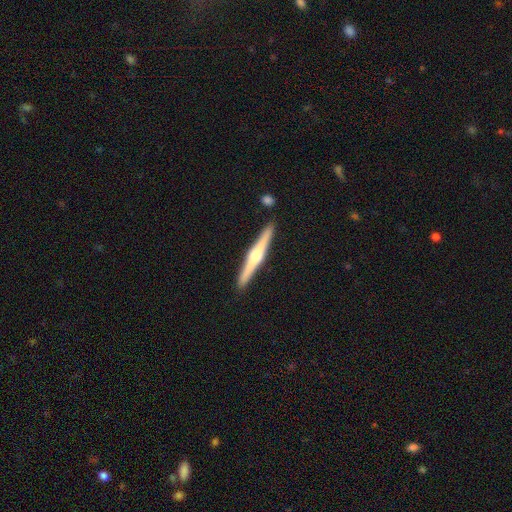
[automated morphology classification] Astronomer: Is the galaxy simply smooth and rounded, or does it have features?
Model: featured or disk — 68%.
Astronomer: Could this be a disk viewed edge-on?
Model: yes — 98%.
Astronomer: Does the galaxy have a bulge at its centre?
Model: rounded — 82%.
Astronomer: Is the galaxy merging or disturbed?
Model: none — 90%.